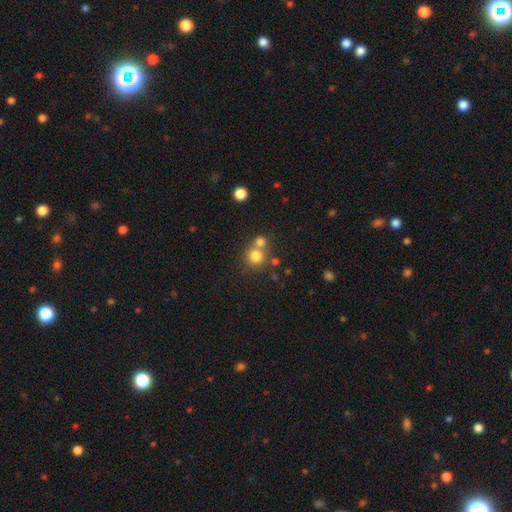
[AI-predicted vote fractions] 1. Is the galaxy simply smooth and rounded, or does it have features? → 77% smooth, 13% star or artifact, 9% featured or disk.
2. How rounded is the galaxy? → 90% round, 9% in between, 1% cigar-shaped.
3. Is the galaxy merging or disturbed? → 56% none, 35% merger, 7% minor disturbance, 3% major disturbance.